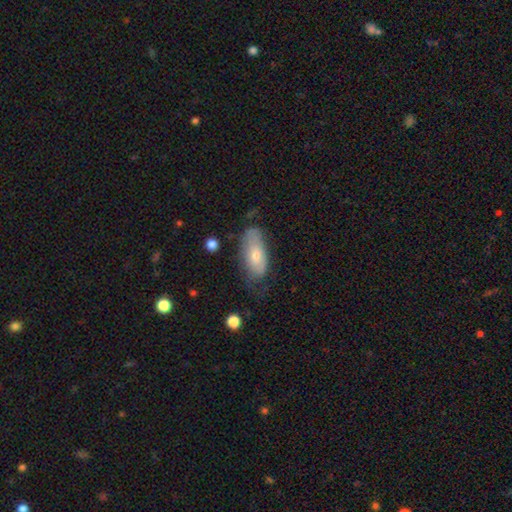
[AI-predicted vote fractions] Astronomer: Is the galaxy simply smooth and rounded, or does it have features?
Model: smooth — 64%.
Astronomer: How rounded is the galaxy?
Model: in between — 83%.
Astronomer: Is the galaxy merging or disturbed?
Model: none — 55% (runner-up: minor disturbance, 31%).